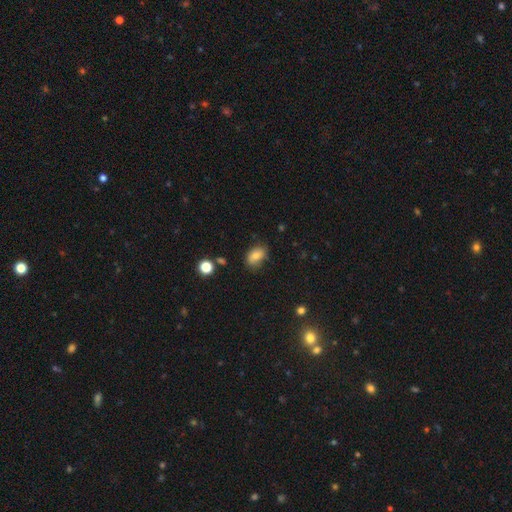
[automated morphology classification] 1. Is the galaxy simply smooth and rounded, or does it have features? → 78% smooth, 12% featured or disk, 10% star or artifact.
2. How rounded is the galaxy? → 84% in between, 15% round, 2% cigar-shaped.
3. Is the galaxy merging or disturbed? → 76% none, 19% minor disturbance, 4% major disturbance, 2% merger.